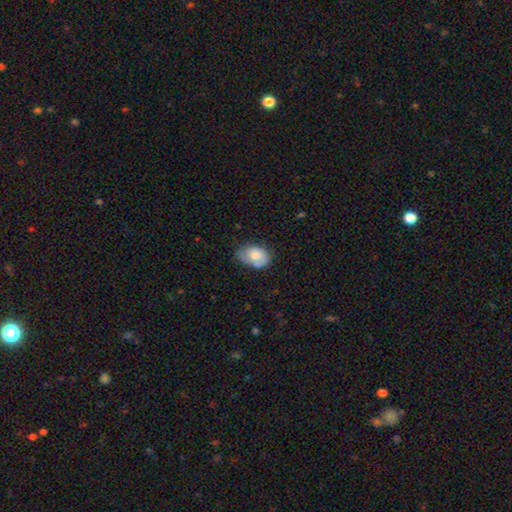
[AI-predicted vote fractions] Overall: smooth (72%). How rounded: in between (85%). Merging: none (43%; minor disturbance 40%).